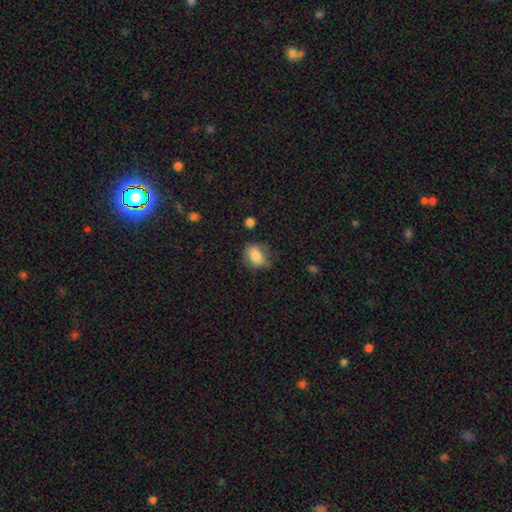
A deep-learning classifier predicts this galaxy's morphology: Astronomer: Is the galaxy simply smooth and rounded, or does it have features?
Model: smooth — 82%.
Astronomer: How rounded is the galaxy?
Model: in between — 62%.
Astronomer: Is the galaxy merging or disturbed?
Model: none — 65%.